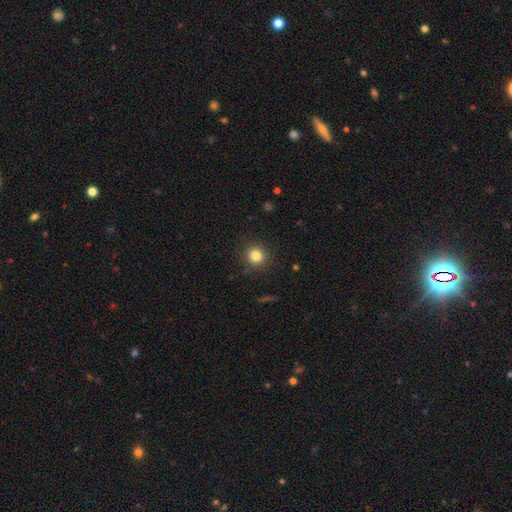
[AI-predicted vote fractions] A smooth galaxy with no disk features (82%) that is round (92%).

Vote fractions:
- Smooth or featured? smooth: 82% / star or artifact: 12% / featured or disk: 6%
- How rounded? round: 92% / in between: 7% / cigar-shaped: 1%
- Merging? none: 90% / minor disturbance: 6% / major disturbance: 2% / merger: 1%